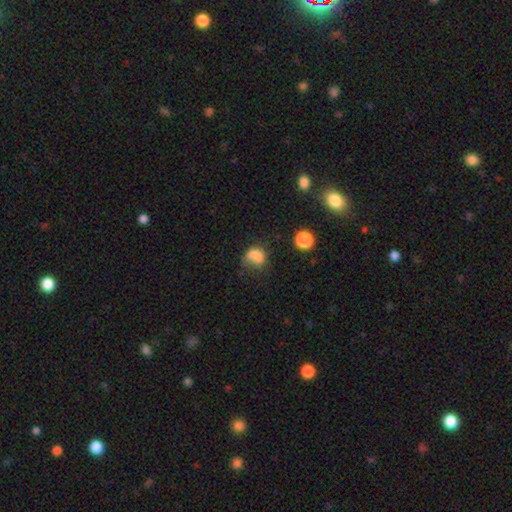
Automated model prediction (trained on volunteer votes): smooth-or-featured: smooth: 75% | star or artifact: 13% | featured or disk: 12%
  how-rounded: in between: 57% | round: 42% | cigar-shaped: 1%
  merging: none: 35% | minor disturbance: 29% | major disturbance: 26% | merger: 10%